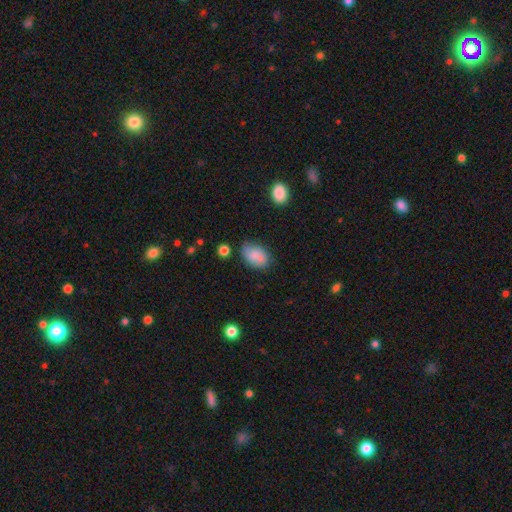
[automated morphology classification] Smooth or featured?
  - smooth: 80% *
  - featured or disk: 12%
  - star or artifact: 8%
How rounded?
  - in between: 84% *
  - round: 15%
  - cigar-shaped: 1%
Merging?
  - none: 64% *
  - minor disturbance: 26%
  - major disturbance: 6%
  - merger: 4%